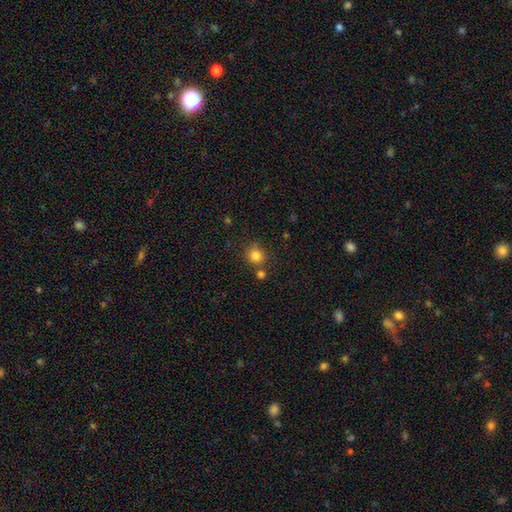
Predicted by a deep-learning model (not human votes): Overall: smooth (83%). How rounded: round (87%). Merging: none (69%).